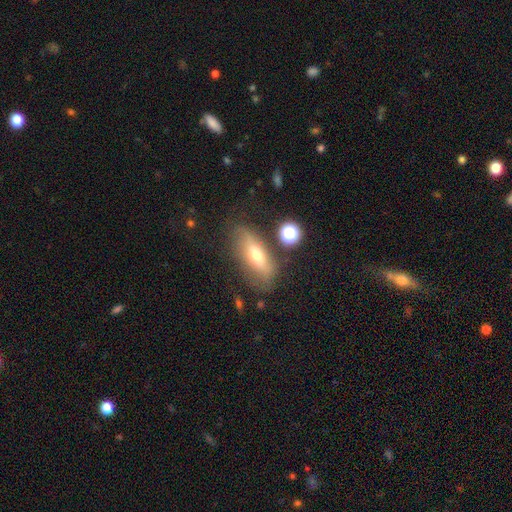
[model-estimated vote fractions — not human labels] Smooth or featured: smooth — 52% (featured or disk — 38%)
How rounded: in between — 61% (cigar-shaped — 35%)
Merging: none — 68% (minor disturbance — 19%)